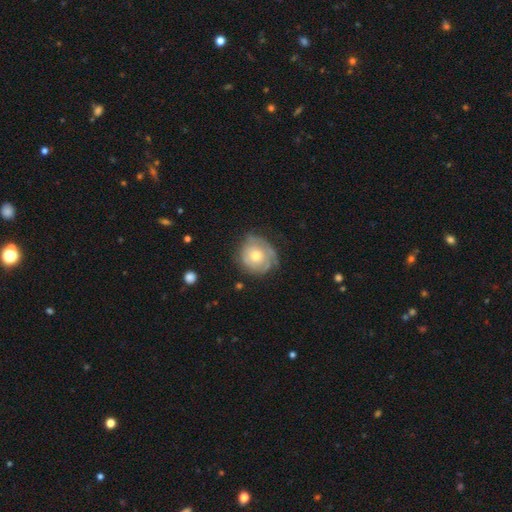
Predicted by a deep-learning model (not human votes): smooth-or-featured: featured or disk: 56% | smooth: 37% | star or artifact: 7%
  disk-edge-on: no: 96% | yes: 4%
    bar: no: 86% | weak: 12% | strong: 2%
    has-spiral-arms: yes: 70% | no: 30%
    bulge-size: moderate: 64% | small: 29% | large: 5% | none: 1% | dominant: 1%
  merging: none: 65% | minor disturbance: 24% | major disturbance: 9% | merger: 2%